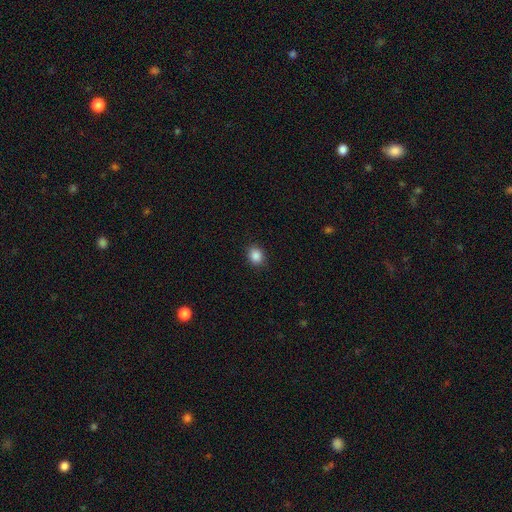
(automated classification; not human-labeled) Smooth or featured? smooth (87%)
How rounded? round (60%)
Merging? none (89%)